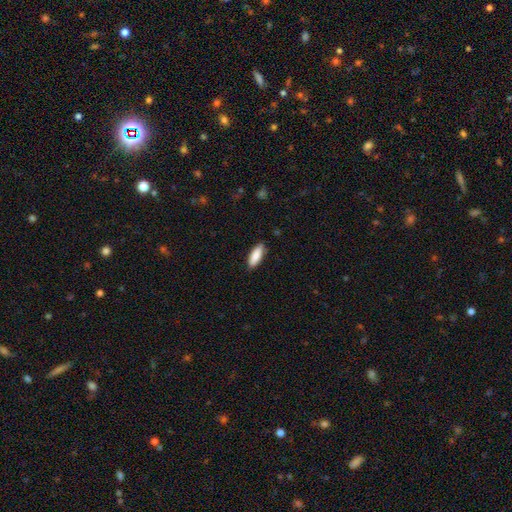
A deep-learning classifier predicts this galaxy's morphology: type=smooth (87%); roundness=in between (62%); merging=none (86%).